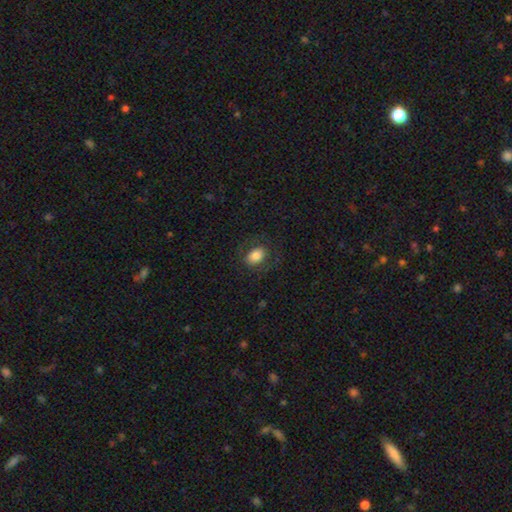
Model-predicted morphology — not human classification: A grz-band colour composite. It shows a smooth galaxy with no disk features (78%) that is in between round and cigar-shaped (75%). Merging: none (78%).